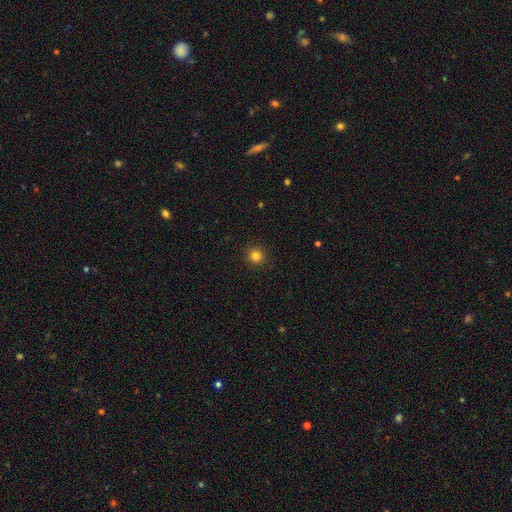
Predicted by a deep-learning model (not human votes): A smooth galaxy with no disk features (83%) that is round (91%).

Vote fractions:
- Smooth or featured? smooth: 83% / star or artifact: 13% / featured or disk: 4%
- How rounded? round: 91% / in between: 8% / cigar-shaped: 1%
- Merging? none: 92% / minor disturbance: 5% / major disturbance: 2% / merger: 1%